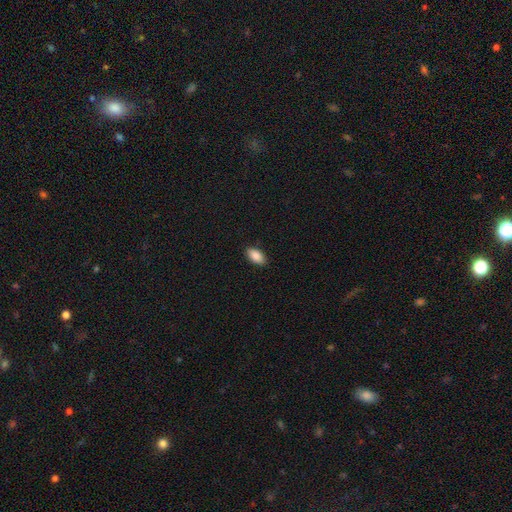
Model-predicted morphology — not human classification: smooth_or_featured: smooth (p=0.89) [alt: star or artifact p=0.07]
how_rounded: in between (p=0.94) [alt: round p=0.04]
merging: none (p=0.88) [alt: minor disturbance p=0.09]